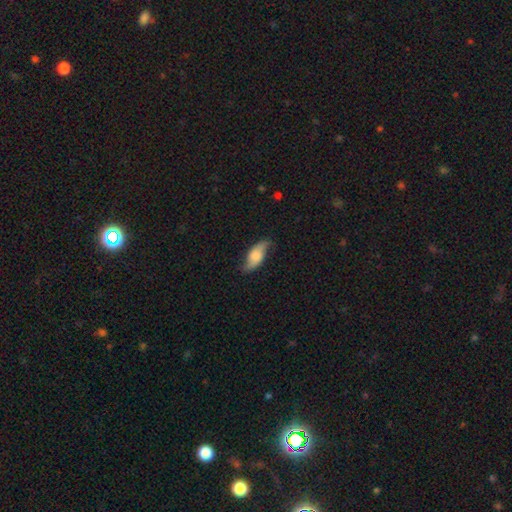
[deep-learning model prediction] Smooth or featured: smooth — 48% (featured or disk — 45%)
Merging: none — 72% (minor disturbance — 21%)